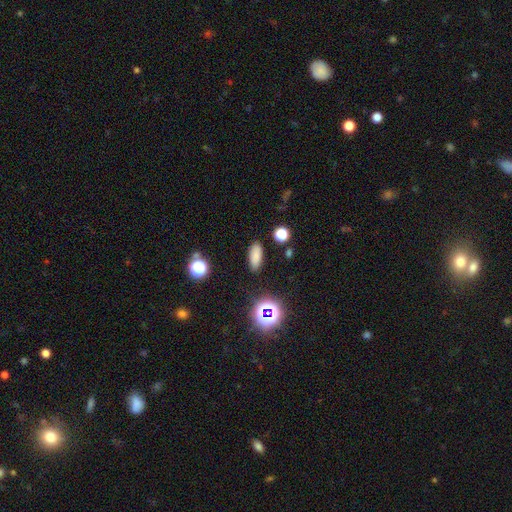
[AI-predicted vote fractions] Smooth or featured?
  - smooth: 81% *
  - star or artifact: 13%
  - featured or disk: 6%
How rounded?
  - in between: 76% *
  - cigar-shaped: 20%
  - round: 4%
Merging?
  - none: 88% *
  - minor disturbance: 8%
  - major disturbance: 2%
  - merger: 2%